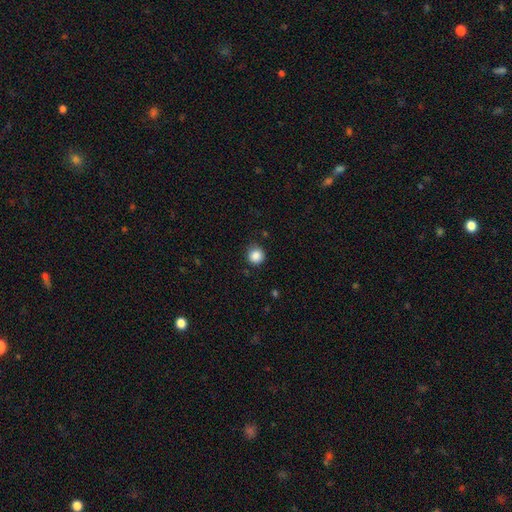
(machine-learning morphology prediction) Smooth or featured?
  - smooth: 87% *
  - star or artifact: 10%
  - featured or disk: 3%
How rounded?
  - round: 93% *
  - in between: 7%
  - cigar-shaped: 1%
Merging?
  - none: 85% *
  - minor disturbance: 11%
  - major disturbance: 3%
  - merger: 1%